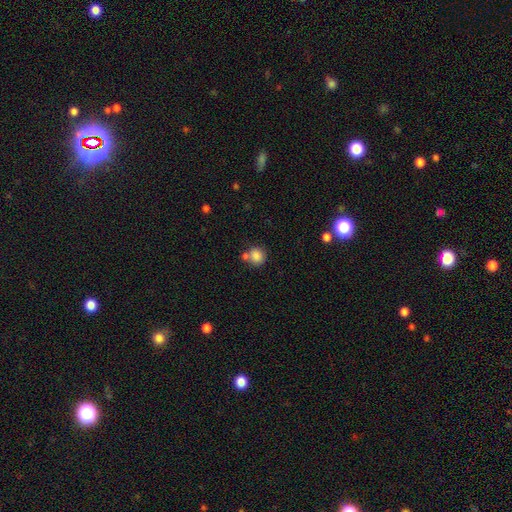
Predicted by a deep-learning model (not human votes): The model was most divided on "merging": none: 60%, merger: 24%, minor disturbance: 12%, major disturbance: 4%. More confident: smooth or featured — smooth (85%); how rounded — round (84%).